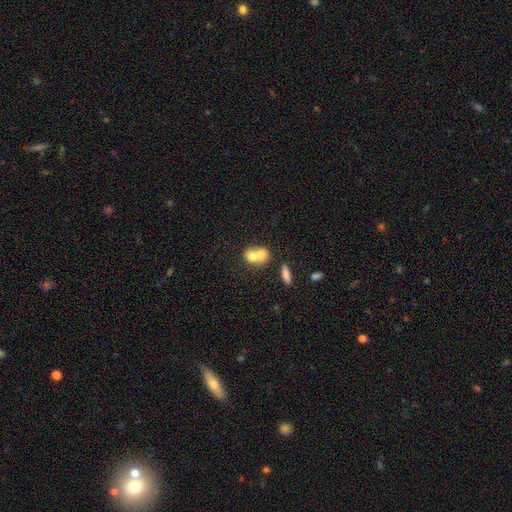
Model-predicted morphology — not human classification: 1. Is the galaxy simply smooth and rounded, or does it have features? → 69% smooth, 22% featured or disk, 9% star or artifact.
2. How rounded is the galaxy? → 52% round, 47% in between, 2% cigar-shaped.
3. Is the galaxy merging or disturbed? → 70% merger, 21% none, 6% minor disturbance, 3% major disturbance.